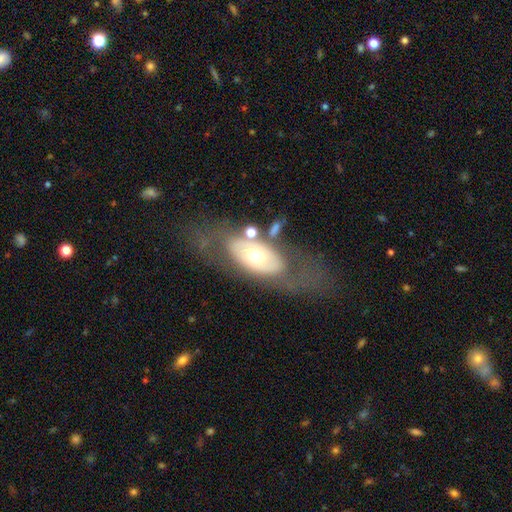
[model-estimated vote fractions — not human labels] smooth-or-featured: featured or disk: 55% | smooth: 38% | star or artifact: 7%
  disk-edge-on: no: 84% | yes: 16%
  merging: none: 54% | major disturbance: 21% | minor disturbance: 18% | merger: 7%